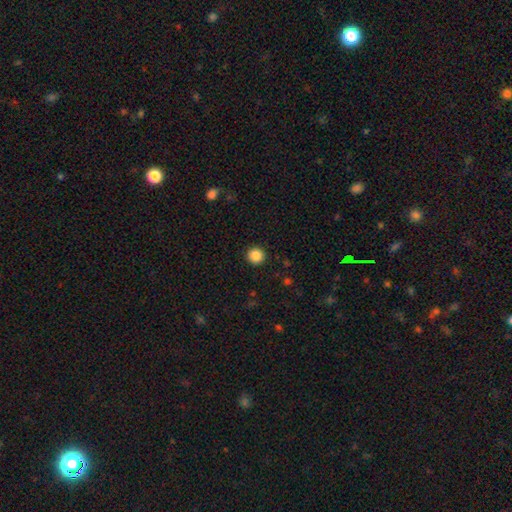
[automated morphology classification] Smooth or featured? Predicted: smooth (p=0.87). How rounded? Predicted: round (p=0.95). Merging? Predicted: none (p=0.93).